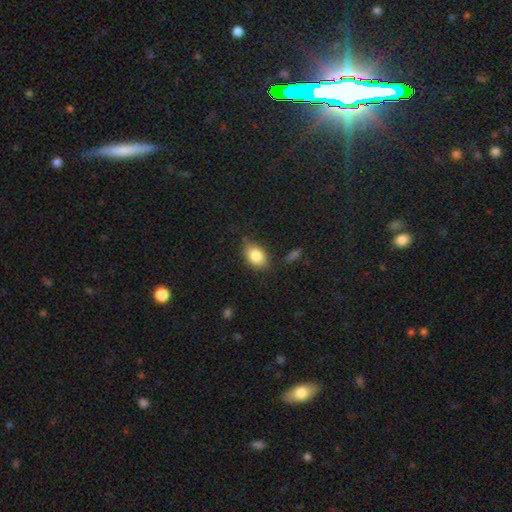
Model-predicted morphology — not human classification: A smooth galaxy with no disk features (84%) that is in between round and cigar-shaped (80%). Merging: none (76%).